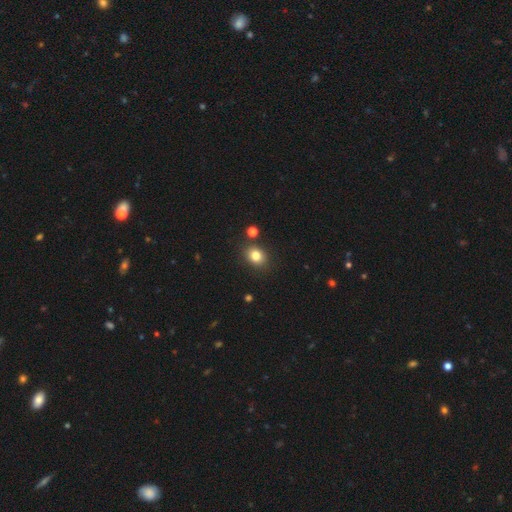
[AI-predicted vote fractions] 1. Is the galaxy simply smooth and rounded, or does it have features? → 81% smooth, 12% star or artifact, 7% featured or disk.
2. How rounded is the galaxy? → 55% round, 44% in between, 1% cigar-shaped.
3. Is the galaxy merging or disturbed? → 82% none, 10% minor disturbance, 5% merger, 3% major disturbance.